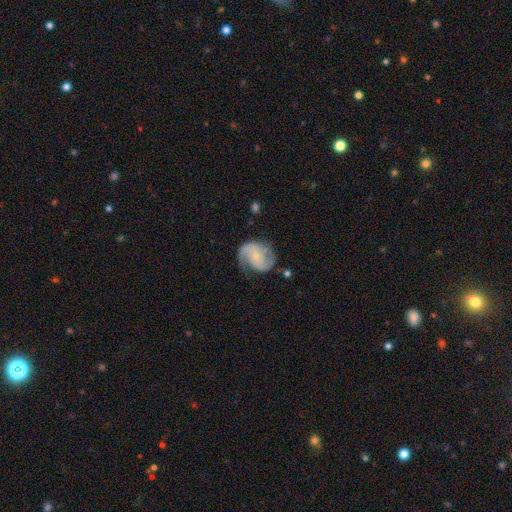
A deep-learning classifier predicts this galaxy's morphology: Smooth or featured: featured or disk — 81% (smooth — 14%)
Edge-on disk: no — 98% (yes — 2%)
Bar: no — 58% (weak — 32%)
Spiral arms: yes — 95% (no — 5%)
Spiral winding: medium — 48% (loose — 27%)
Spiral arm count: 2 — 83% (1 — 7%)
Bulge size: small — 70% (moderate — 16%)
Merging: none — 66% (minor disturbance — 20%)